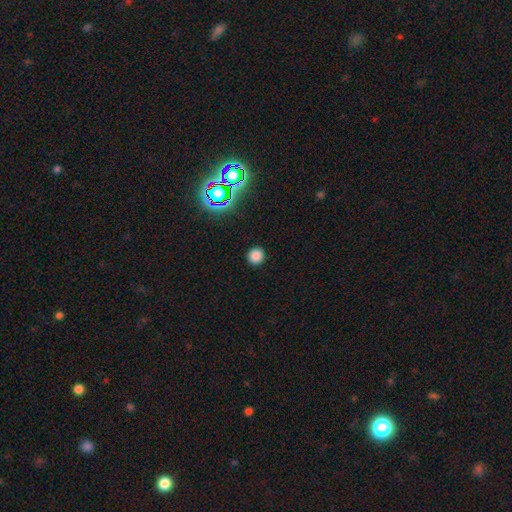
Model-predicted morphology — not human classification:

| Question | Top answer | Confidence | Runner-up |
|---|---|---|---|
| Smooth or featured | smooth | 82% | star or artifact (15%) |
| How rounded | round | 92% | in between (7%) |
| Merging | none | 91% | minor disturbance (6%) |